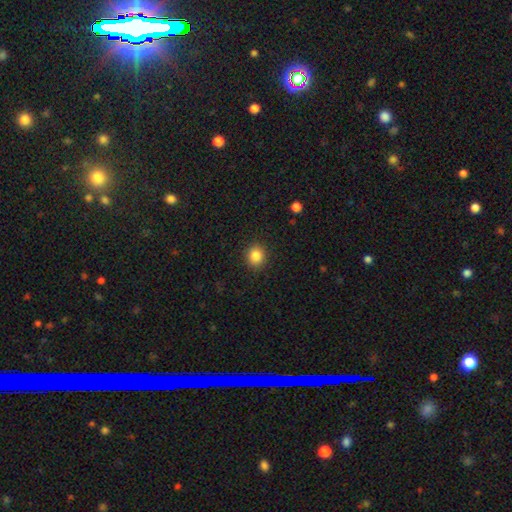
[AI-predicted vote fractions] A smooth galaxy with no disk features (85%) that is round (80%).

Vote fractions:
- Smooth or featured? smooth: 85% / star or artifact: 10% / featured or disk: 5%
- How rounded? round: 80% / in between: 19% / cigar-shaped: 1%
- Merging? none: 90% / minor disturbance: 7% / major disturbance: 2% / merger: 1%